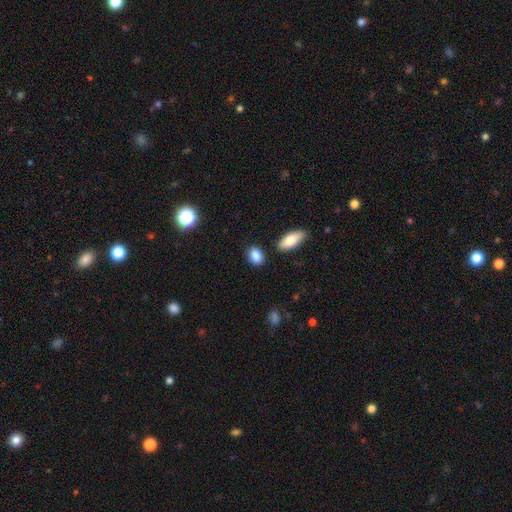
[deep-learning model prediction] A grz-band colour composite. It shows a smooth galaxy with no disk features (87%) that is in between round and cigar-shaped (77%). Merging: none (80%).